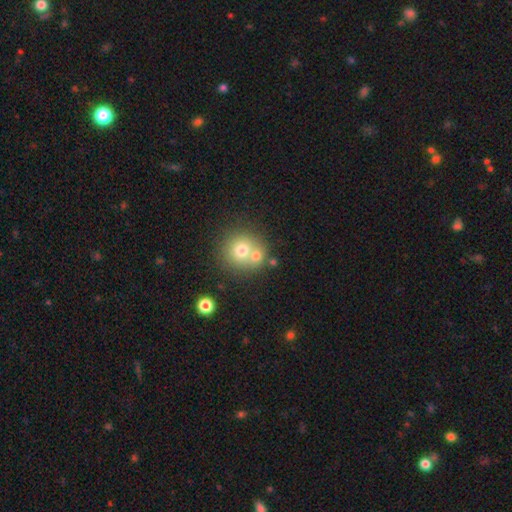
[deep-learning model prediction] Overall: smooth (70%). How rounded: round (87%). Merging: merger (45%; none 44%).